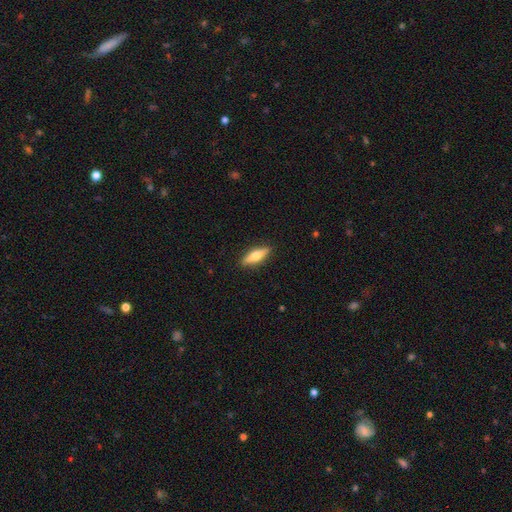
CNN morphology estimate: type=smooth (52%); roundness=cigar-shaped (60%); merging=none (90%).